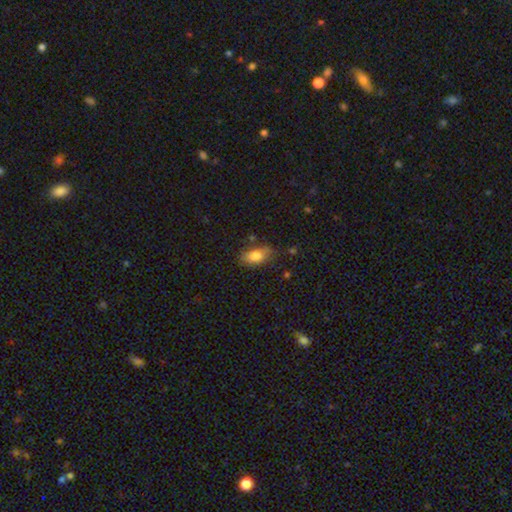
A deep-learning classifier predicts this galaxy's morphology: This appears to be a smooth galaxy with no disk features (81%) that is in between round and cigar-shaped (88%). Merging: none (71%).